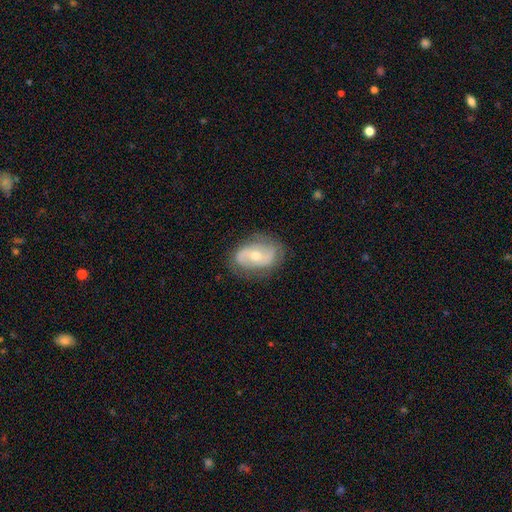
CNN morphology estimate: This appears to be a featured or disk galaxy (71%) with no bar (48%), 2 (79%) medium (41%) spiral arms (84%) and a moderate central bulge (56%). Merging: none (75%).